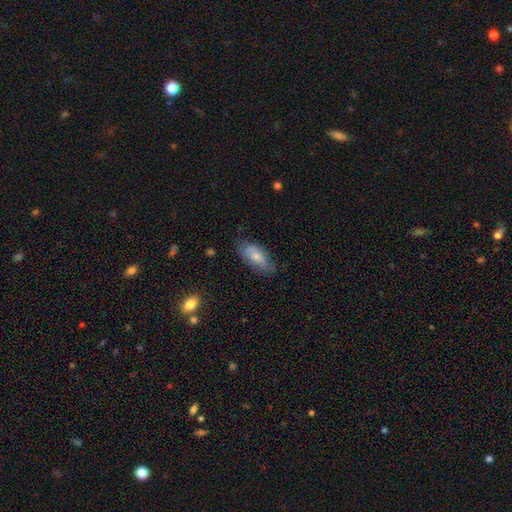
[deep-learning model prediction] smooth-or-featured: smooth: 63% | featured or disk: 30% | star or artifact: 7%
  how-rounded: in between: 84% | cigar-shaped: 13% | round: 3%
  merging: none: 64% | minor disturbance: 26% | major disturbance: 8% | merger: 2%